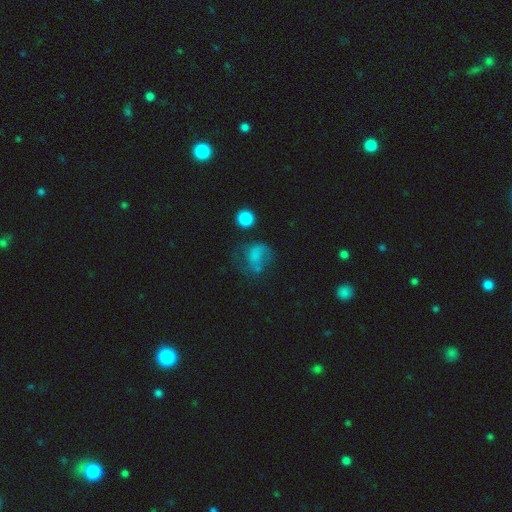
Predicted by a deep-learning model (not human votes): Smooth or featured: smooth — 58% (featured or disk — 26%)
How rounded: round — 53% (in between — 45%)
Merging: none — 36% (major disturbance — 35%)